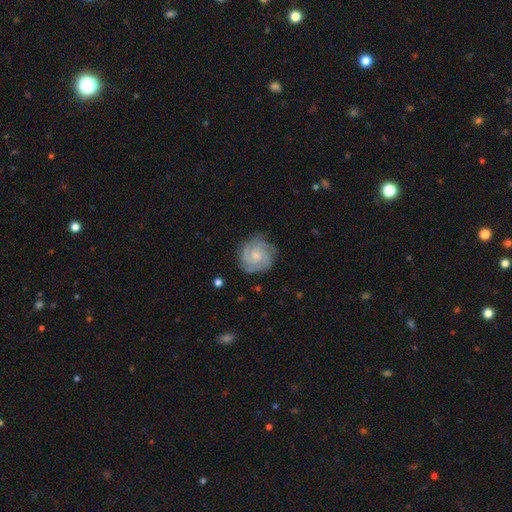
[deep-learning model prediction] Q: Smooth or featured?
A: featured or disk (83%); runner-up: smooth (12%)
Q: Edge-on disk?
A: no (98%); runner-up: yes (2%)
Q: Bar?
A: no (67%); runner-up: weak (29%)
Q: Spiral arms?
A: yes (97%); runner-up: no (3%)
Q: Spiral winding?
A: tight (67%); runner-up: medium (28%)
Q: Spiral arm count?
A: 3 (34%); runner-up: 2 (25%)
Q: Bulge size?
A: small (58%); runner-up: moderate (33%)
Q: Merging?
A: none (79%); runner-up: minor disturbance (15%)